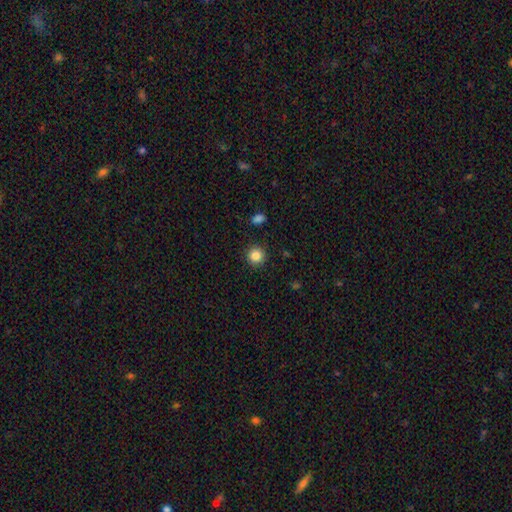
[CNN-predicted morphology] This is clearly a smooth galaxy (85%). How rounded: clearly round (93%). Merging: clearly none (91%).